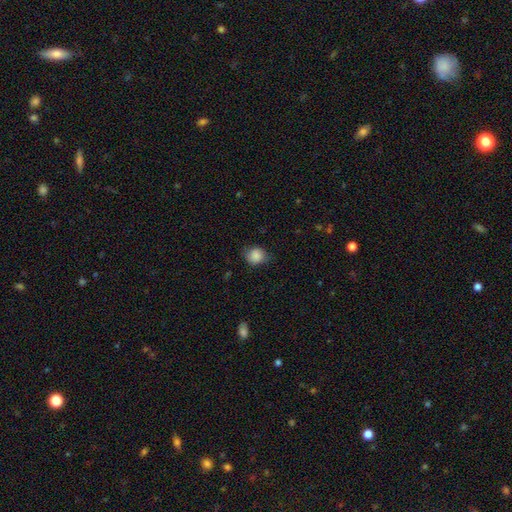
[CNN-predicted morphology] smooth_or_featured: smooth (p=0.87) [alt: star or artifact p=0.08]
how_rounded: round (p=0.76) [alt: in between p=0.23]
merging: none (p=0.73) [alt: minor disturbance p=0.21]